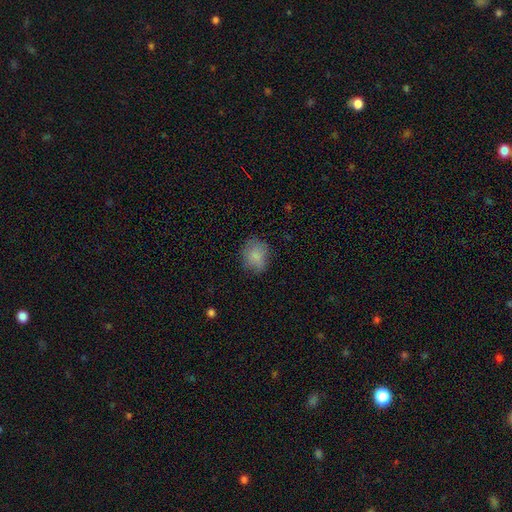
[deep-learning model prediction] smooth-or-featured: smooth: 83% | star or artifact: 9% | featured or disk: 8%
  how-rounded: round: 62% | in between: 37% | cigar-shaped: 1%
  merging: none: 71% | minor disturbance: 21% | major disturbance: 6% | merger: 1%